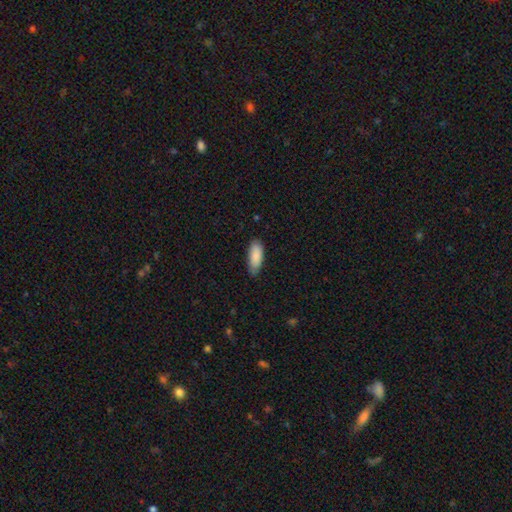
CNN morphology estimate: This appears to be a smooth galaxy with no disk features (89%) that is in between round and cigar-shaped (79%). Merging: none (78%).